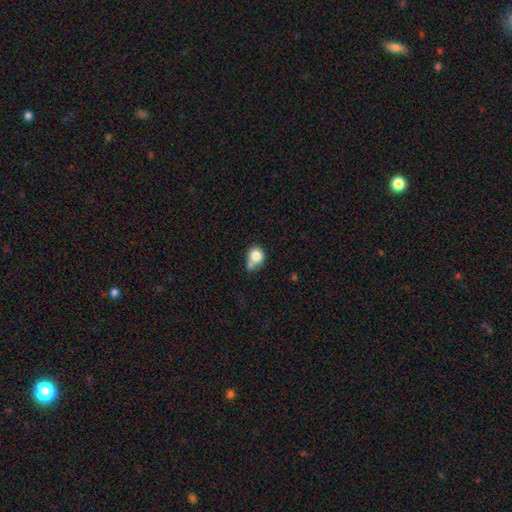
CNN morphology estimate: Smooth or featured?
  - smooth: 81% *
  - featured or disk: 10%
  - star or artifact: 10%
How rounded?
  - round: 78% *
  - in between: 21%
  - cigar-shaped: 1%
Merging?
  - none: 41% * (tied)
  - merger: 41% * (tied)
  - minor disturbance: 13%
  - major disturbance: 5%